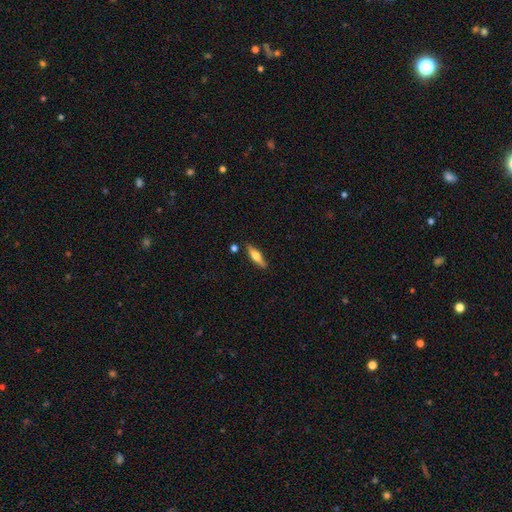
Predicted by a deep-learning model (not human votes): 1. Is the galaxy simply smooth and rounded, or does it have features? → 48% smooth, 46% featured or disk, 6% star or artifact.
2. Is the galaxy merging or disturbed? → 85% none, 9% minor disturbance, 4% merger, 2% major disturbance.